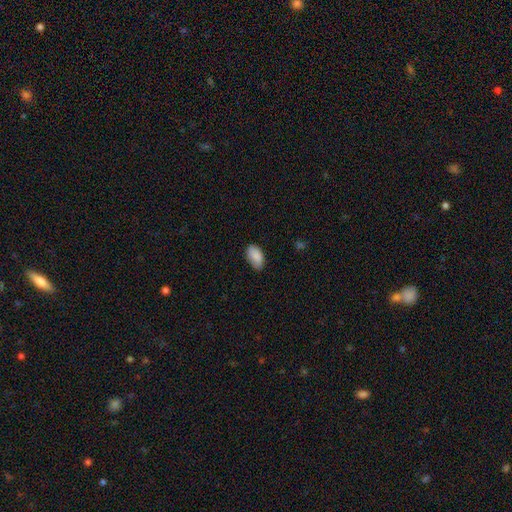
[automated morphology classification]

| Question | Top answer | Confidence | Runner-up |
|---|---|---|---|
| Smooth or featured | smooth | 88% | star or artifact (6%) |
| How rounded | in between | 94% | round (4%) |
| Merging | none | 77% | minor disturbance (19%) |